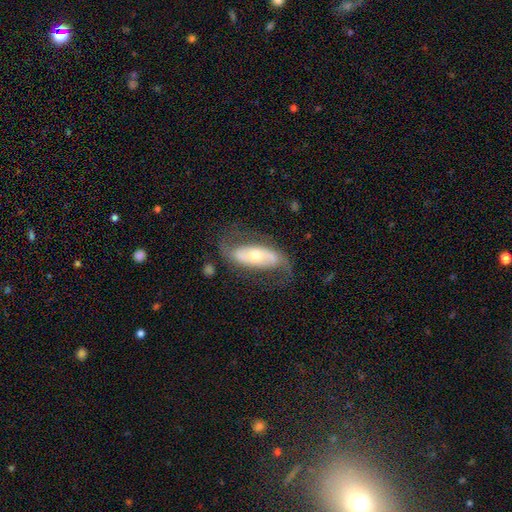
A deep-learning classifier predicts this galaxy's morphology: Smooth or featured: featured or disk — 77% (smooth — 18%)
Edge-on disk: no — 90% (yes — 10%)
Bar: no — 48% (strong — 27%)
Spiral arms: yes — 87% (no — 13%)
Spiral winding: loose — 46% (medium — 38%)
Spiral arm count: 2 — 87% (can't tell — 7%)
Bulge size: moderate — 55% (small — 37%)
Merging: none — 67% (minor disturbance — 18%)